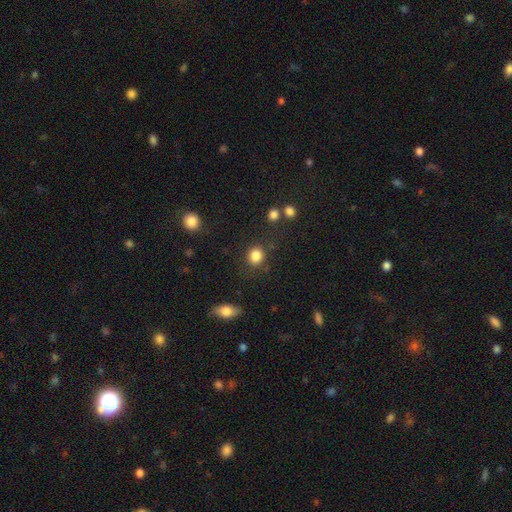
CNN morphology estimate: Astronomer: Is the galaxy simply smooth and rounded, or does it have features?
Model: smooth — 85%.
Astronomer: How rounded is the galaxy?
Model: round — 74%.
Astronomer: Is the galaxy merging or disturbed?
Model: none — 82%.